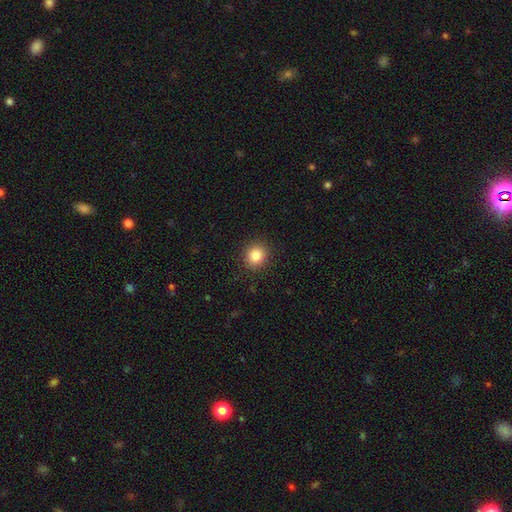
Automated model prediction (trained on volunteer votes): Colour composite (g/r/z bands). It shows a smooth galaxy with no disk features (84%) that is round (83%). Merging: none (90%).